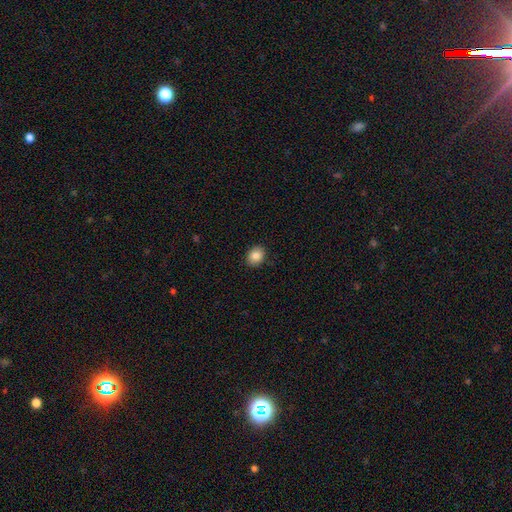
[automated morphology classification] A smooth galaxy with no disk features (86%) that is round (54%). Merging: none (89%).